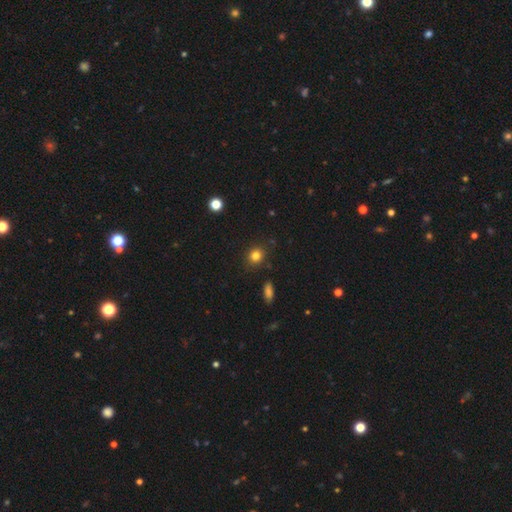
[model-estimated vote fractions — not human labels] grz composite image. It shows a smooth galaxy with no disk features (81%) that is round (77%). Merging: none (86%).